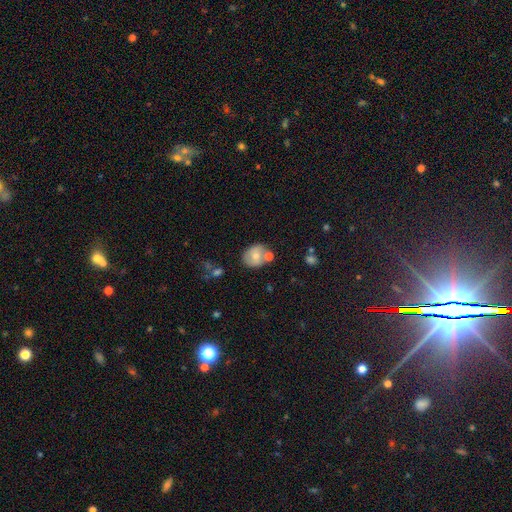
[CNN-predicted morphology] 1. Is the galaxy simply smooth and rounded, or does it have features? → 65% smooth, 26% featured or disk, 9% star or artifact.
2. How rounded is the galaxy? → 62% round, 37% in between, 1% cigar-shaped.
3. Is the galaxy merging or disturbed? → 61% none, 20% merger, 15% minor disturbance, 4% major disturbance.